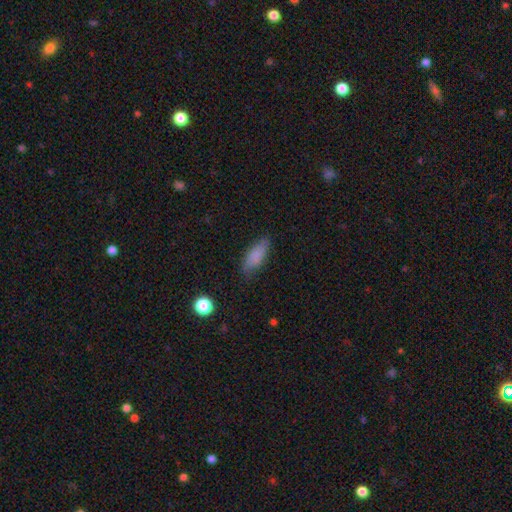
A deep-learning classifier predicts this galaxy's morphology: A smooth galaxy with no disk features (83%) that is in between round and cigar-shaped (66%).

Vote fractions:
- Smooth or featured? smooth: 83% / featured or disk: 9% / star or artifact: 8%
- How rounded? in between: 66% / cigar-shaped: 32% / round: 2%
- Merging? none: 79% / minor disturbance: 16% / major disturbance: 4% / merger: 1%